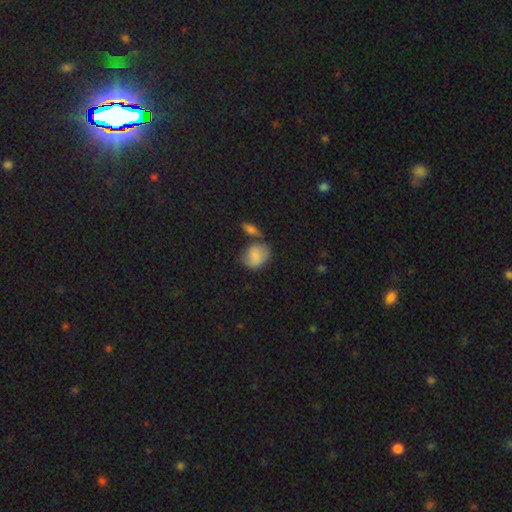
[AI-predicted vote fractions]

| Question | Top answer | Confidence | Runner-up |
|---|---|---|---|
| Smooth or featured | smooth | 80% | featured or disk (12%) |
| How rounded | in between | 51% | round (47%) |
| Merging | none | 48% | minor disturbance (23%) |